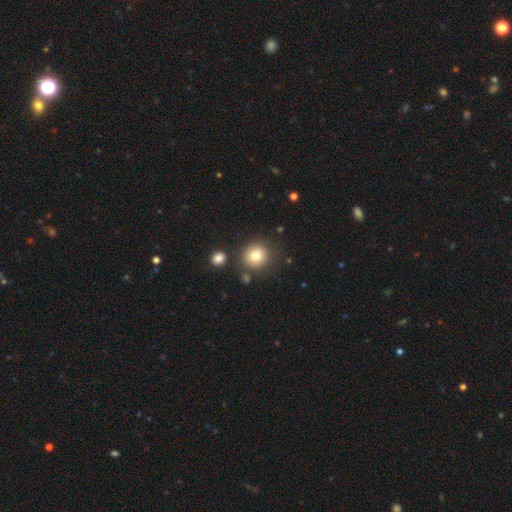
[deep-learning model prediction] A smooth galaxy with no disk features (80%) that is round (92%). Merging: none (81%).